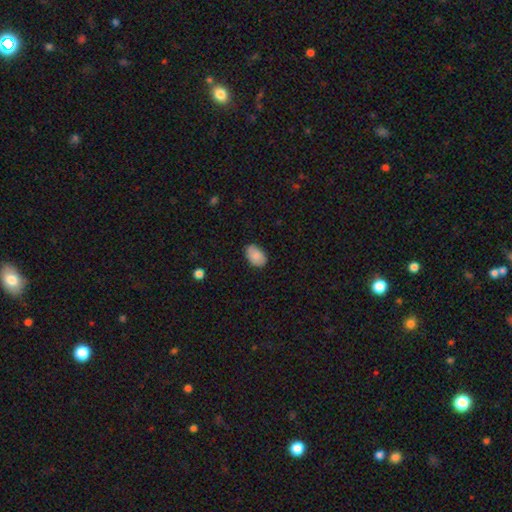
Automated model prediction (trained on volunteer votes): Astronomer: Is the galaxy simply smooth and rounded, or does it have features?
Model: smooth — 85%.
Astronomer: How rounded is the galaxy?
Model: in between — 89%.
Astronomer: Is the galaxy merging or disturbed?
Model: none — 81%.